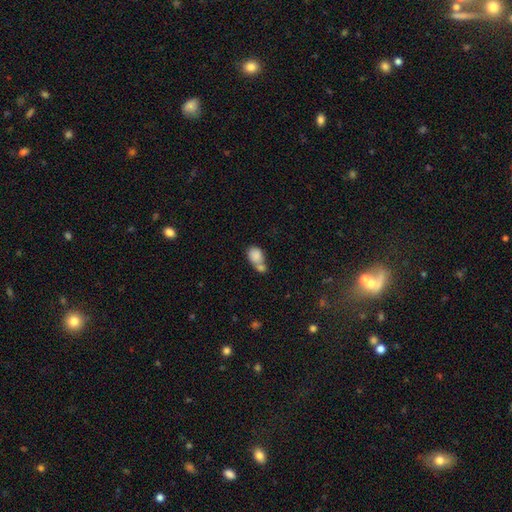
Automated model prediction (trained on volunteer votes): Morphology: type=smooth (82%); roundness=in between (64%); merging=merger (59%).